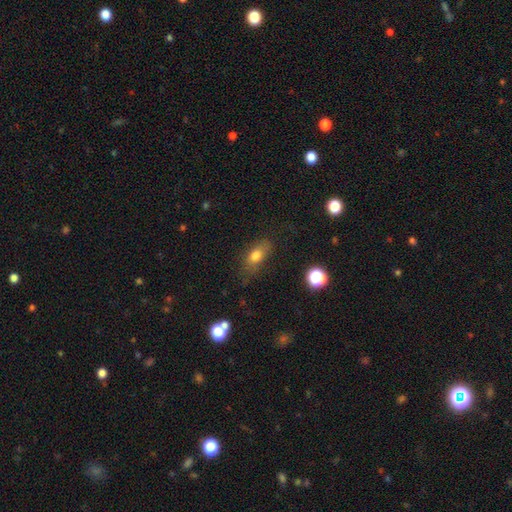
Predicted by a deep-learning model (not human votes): A smooth galaxy with no disk features (74%) that is in between round and cigar-shaped (77%).

Vote fractions:
- Smooth or featured? smooth: 74% / featured or disk: 15% / star or artifact: 11%
- How rounded? in between: 77% / round: 13% / cigar-shaped: 11%
- Merging? none: 67% / minor disturbance: 22% / major disturbance: 9% / merger: 2%